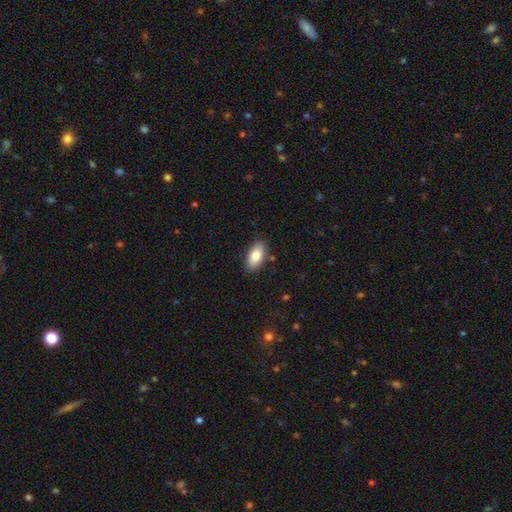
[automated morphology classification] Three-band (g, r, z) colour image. It shows a smooth galaxy with no disk features (85%) that is in between round and cigar-shaped (93%). Merging: none (86%).